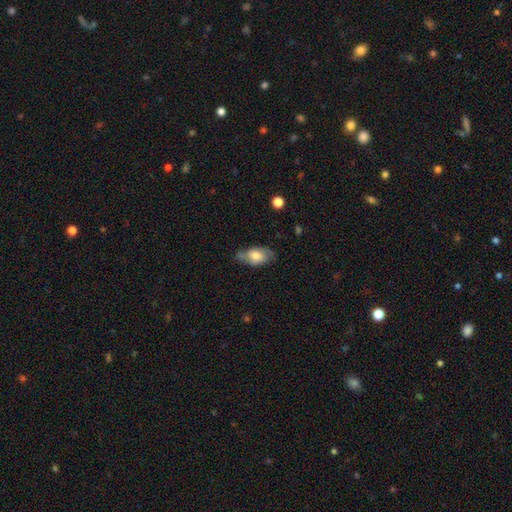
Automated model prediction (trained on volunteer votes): This is likely a smooth galaxy (62%). How rounded: clearly in between (89%). Merging: likely none (60%).